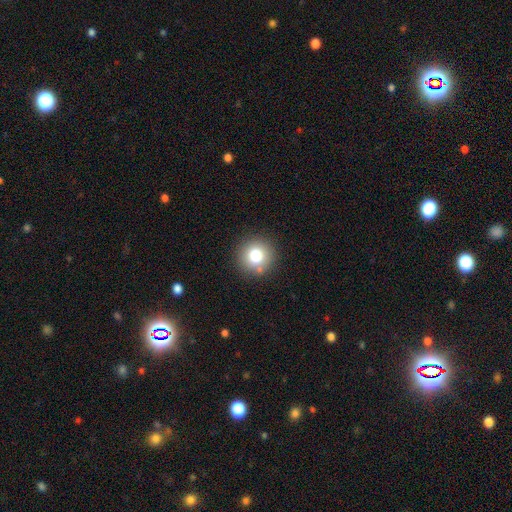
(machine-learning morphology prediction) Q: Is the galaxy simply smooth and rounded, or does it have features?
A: smooth — 78%.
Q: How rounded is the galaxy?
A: round — 94%.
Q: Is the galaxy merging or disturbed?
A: none — 86%.